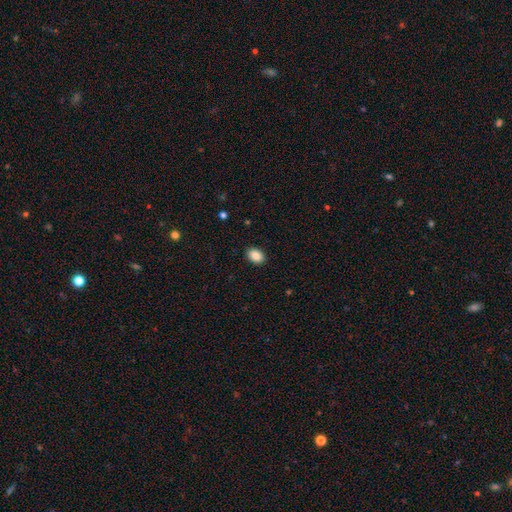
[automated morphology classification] A smooth galaxy with no disk features (89%) that is in between round and cigar-shaped (81%). Merging: none (89%).